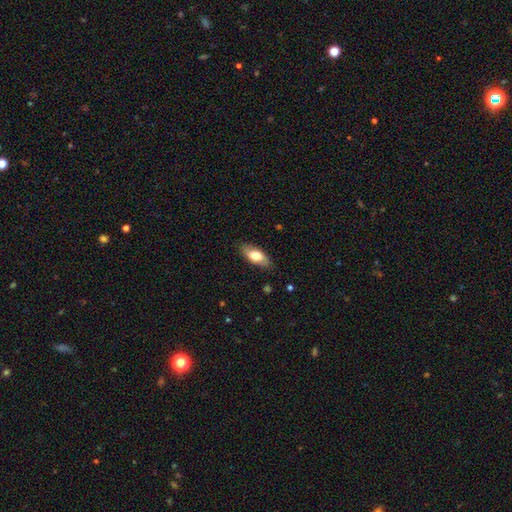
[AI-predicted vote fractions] Morphology: type=smooth (71%); roundness=in between (85%); merging=none (85%).